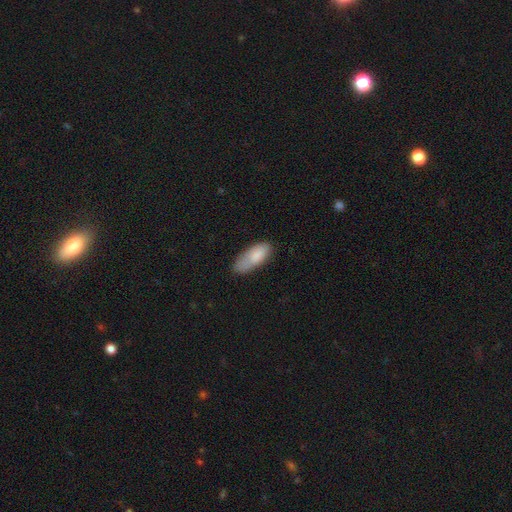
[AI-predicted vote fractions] A smooth galaxy with no disk features (82%) that is in between round and cigar-shaped (80%).

Vote fractions:
- Smooth or featured? smooth: 82% / featured or disk: 12% / star or artifact: 6%
- How rounded? in between: 80% / cigar-shaped: 18% / round: 2%
- Merging? none: 52% / minor disturbance: 34% / major disturbance: 10% / merger: 4%